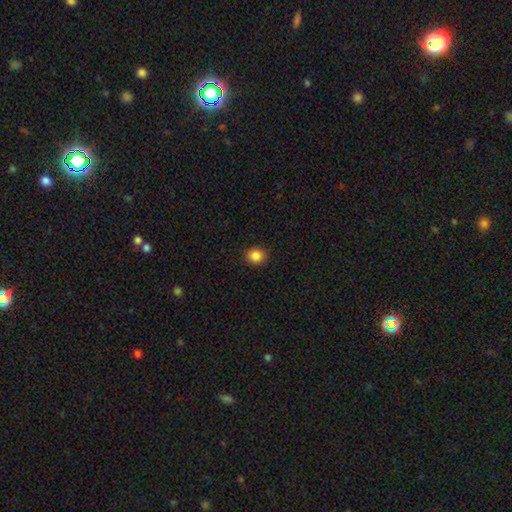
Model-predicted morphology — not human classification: Smooth or featured: smooth — 86% (star or artifact — 10%)
How rounded: round — 86% (in between — 13%)
Merging: none — 90% (minor disturbance — 7%)